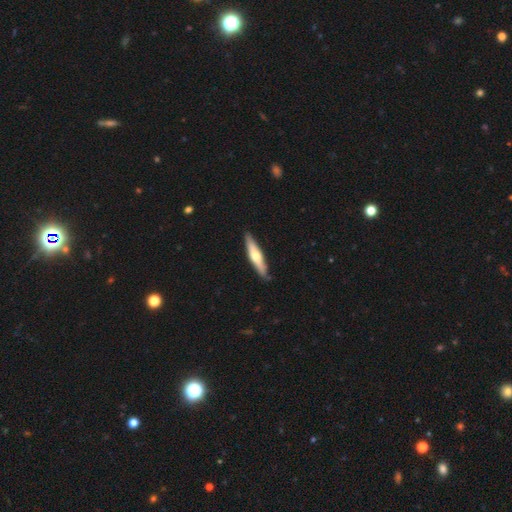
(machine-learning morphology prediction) A featured or disk galaxy (49%).

Vote fractions:
- Smooth or featured? featured or disk: 49% / smooth: 46% / star or artifact: 5%
- Merging? none: 87% / minor disturbance: 10% / major disturbance: 2% / merger: 1%